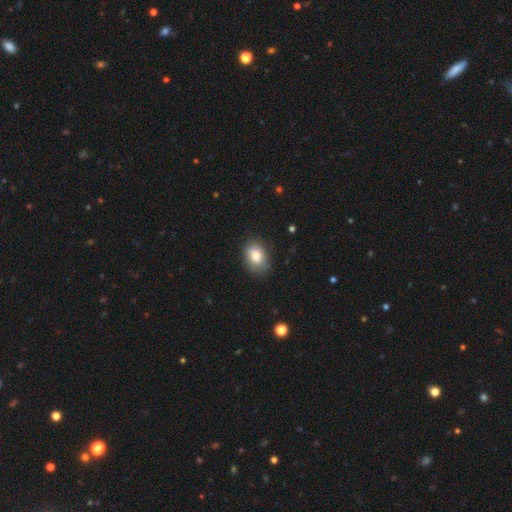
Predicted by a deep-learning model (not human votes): smooth_or_featured: smooth (p=0.83) [alt: featured or disk p=0.09]
how_rounded: in between (p=0.76) [alt: round p=0.23]
merging: none (p=0.81) [alt: minor disturbance p=0.15]